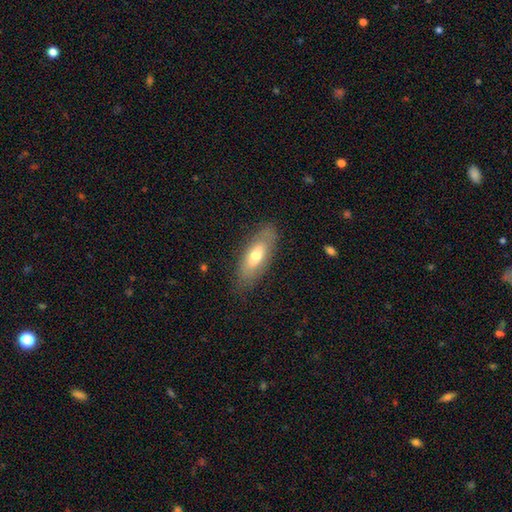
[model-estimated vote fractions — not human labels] A smooth galaxy with no disk features (60%) that is in between round and cigar-shaped (68%). Merging: none (82%).